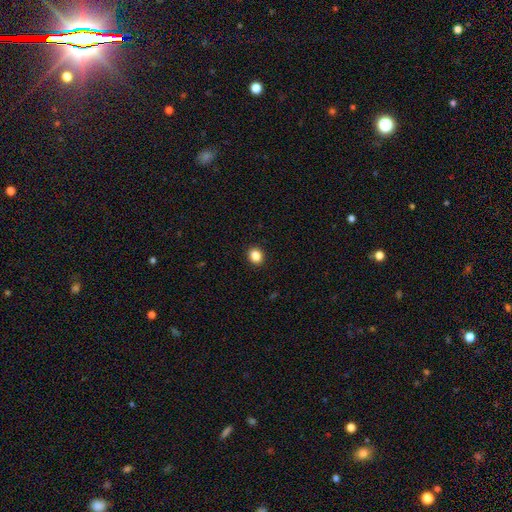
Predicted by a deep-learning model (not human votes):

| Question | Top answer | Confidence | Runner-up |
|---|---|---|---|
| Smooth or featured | smooth | 86% | star or artifact (10%) |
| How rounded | round | 73% | in between (26%) |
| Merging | none | 92% | minor disturbance (5%) |